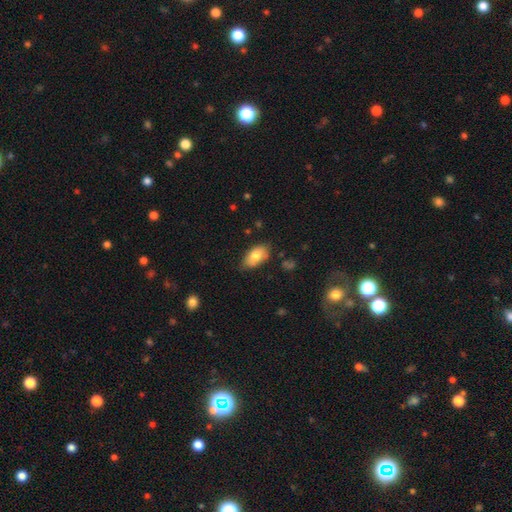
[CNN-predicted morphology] Smooth or featured? smooth (78%)
How rounded? in between (92%)
Merging? none (71%)